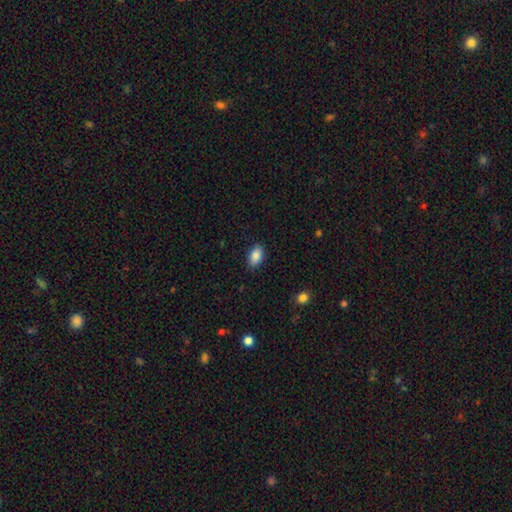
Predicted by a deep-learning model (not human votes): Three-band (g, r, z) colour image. It shows a smooth galaxy with no disk features (88%) that is in between round and cigar-shaped (92%). Merging: none (87%).